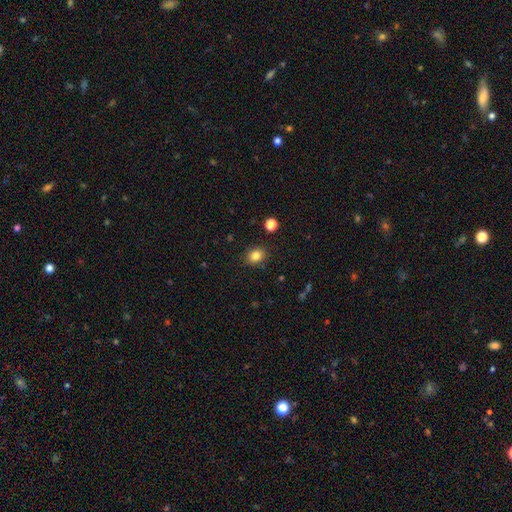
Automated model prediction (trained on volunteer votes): smooth_or_featured: smooth (p=0.83) [alt: star or artifact p=0.11]
how_rounded: in between (p=0.50) [alt: round p=0.49]
merging: none (p=0.87) [alt: minor disturbance p=0.08]